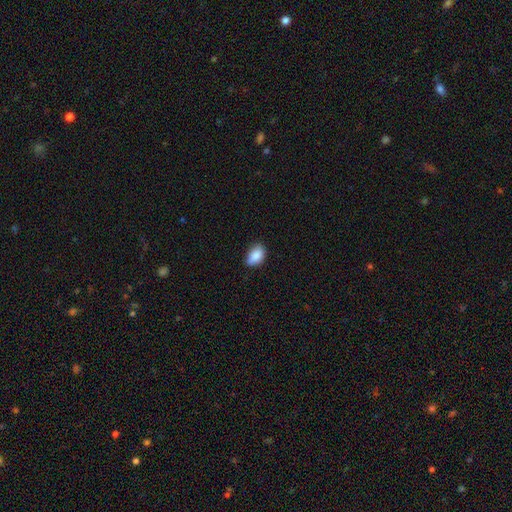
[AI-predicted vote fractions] Q: Smooth or featured?
A: smooth (87%); runner-up: star or artifact (8%)
Q: How rounded?
A: in between (87%); runner-up: round (12%)
Q: Merging?
A: none (69%); runner-up: minor disturbance (26%)